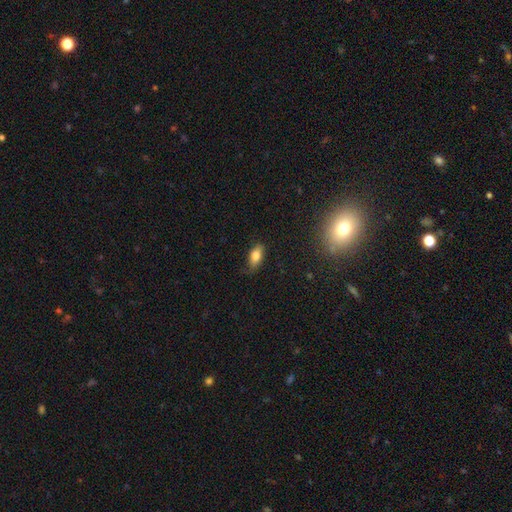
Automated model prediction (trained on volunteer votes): Overall: smooth (78%). How rounded: in between (85%). Merging: none (75%).